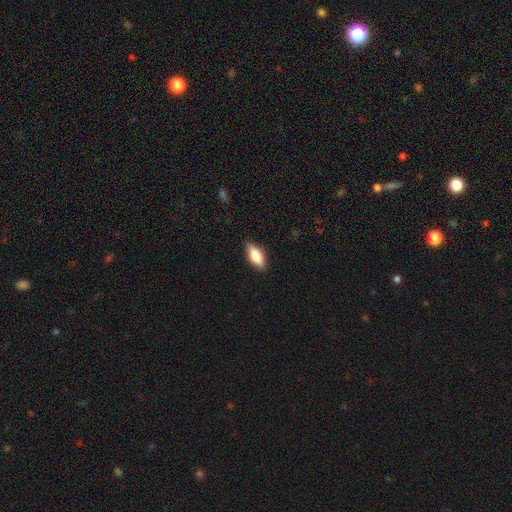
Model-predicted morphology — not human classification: Overall: smooth (67%). How rounded: in between (76%). Merging: none (85%).